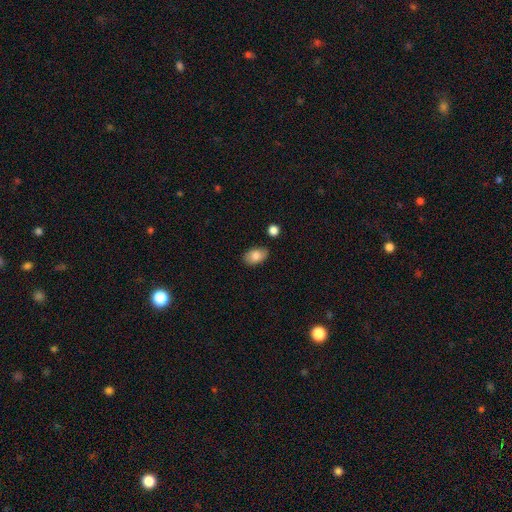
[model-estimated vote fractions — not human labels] Smooth or featured? smooth (83%)
How rounded? in between (90%)
Merging? none (81%)